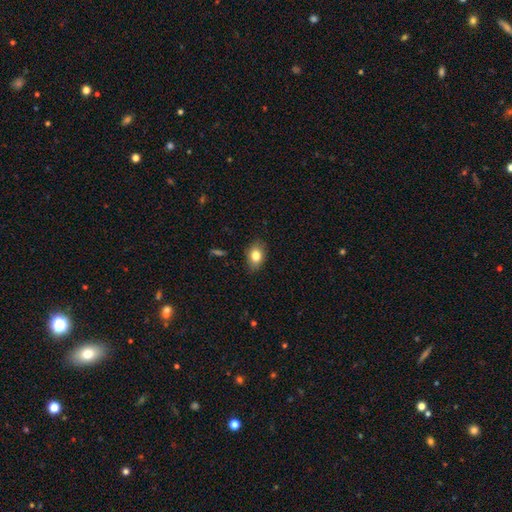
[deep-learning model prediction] smooth_or_featured: smooth (p=0.81) [alt: featured or disk p=0.10]
how_rounded: in between (p=0.78) [alt: round p=0.21]
merging: none (p=0.83) [alt: minor disturbance p=0.13]